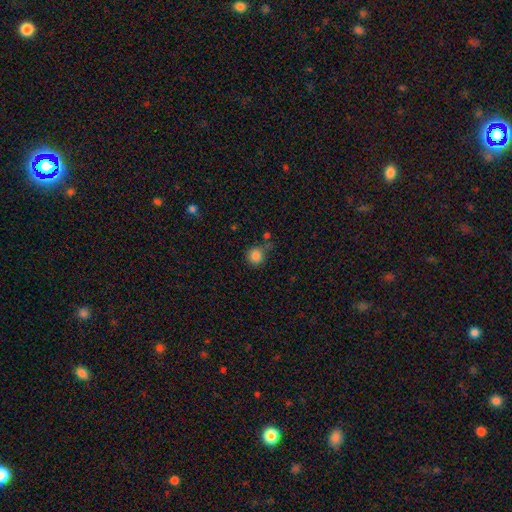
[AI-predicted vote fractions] Smooth or featured?
  - smooth: 85% *
  - star or artifact: 11%
  - featured or disk: 4%
How rounded?
  - round: 92% *
  - in between: 7%
  - cigar-shaped: 1%
Merging?
  - none: 71% *
  - minor disturbance: 15%
  - merger: 9%
  - major disturbance: 5%